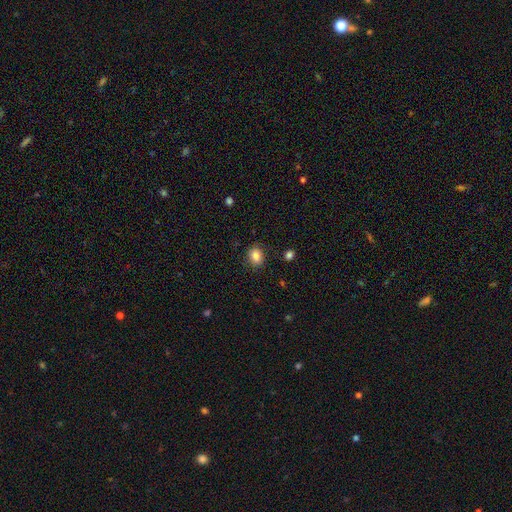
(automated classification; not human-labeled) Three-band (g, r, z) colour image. It shows a smooth galaxy with no disk features (85%) that is in between round and cigar-shaped (50%). Merging: none (85%).